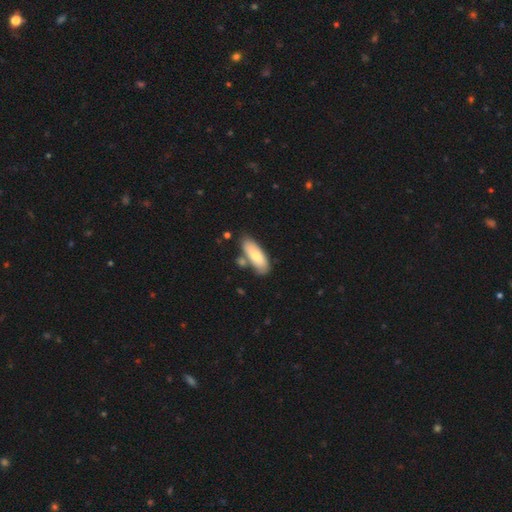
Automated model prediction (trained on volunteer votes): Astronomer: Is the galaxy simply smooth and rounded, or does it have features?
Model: smooth — 76%.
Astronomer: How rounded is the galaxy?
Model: in between — 70%.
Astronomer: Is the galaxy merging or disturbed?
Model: none — 69%.